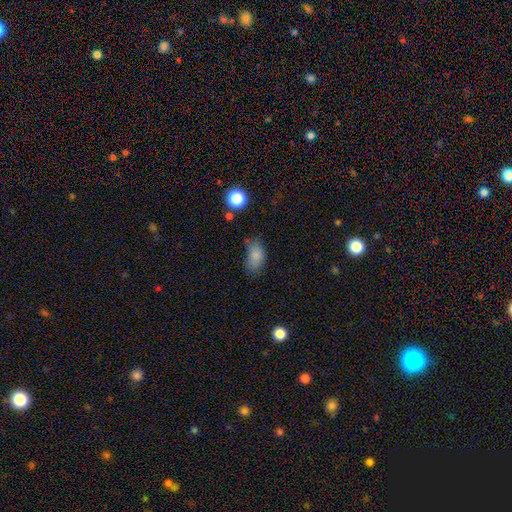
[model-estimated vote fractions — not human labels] Smooth or featured? Predicted: smooth (p=0.79). How rounded? Predicted: in between (p=0.85). Merging? Predicted: none (p=0.44).